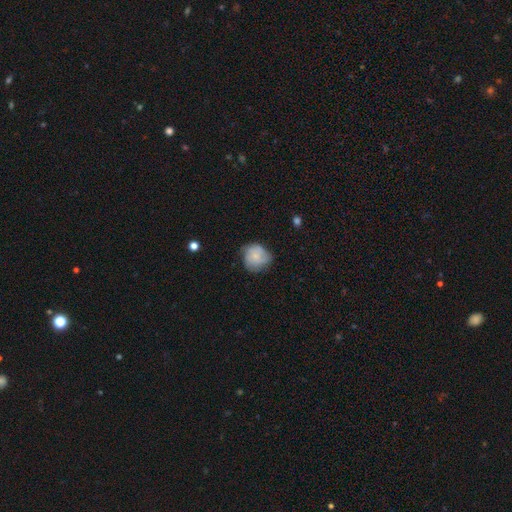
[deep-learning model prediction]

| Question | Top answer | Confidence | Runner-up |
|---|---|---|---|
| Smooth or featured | smooth | 54% | featured or disk (38%) |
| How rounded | round | 81% | in between (18%) |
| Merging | none | 61% | minor disturbance (29%) |